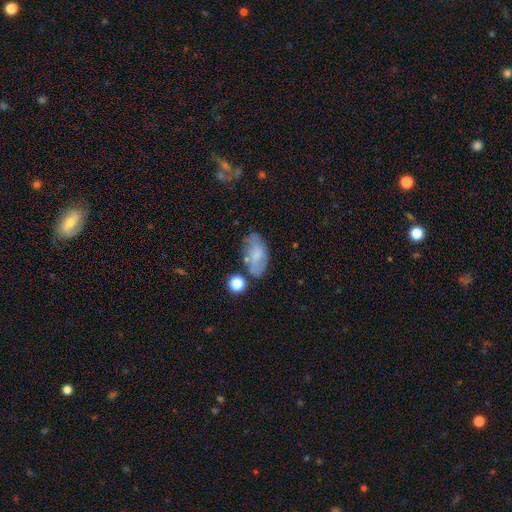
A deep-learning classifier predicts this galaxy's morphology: Smooth or featured: smooth — 65% (featured or disk — 26%)
How rounded: in between — 92% (round — 5%)
Merging: none — 62% (minor disturbance — 22%)